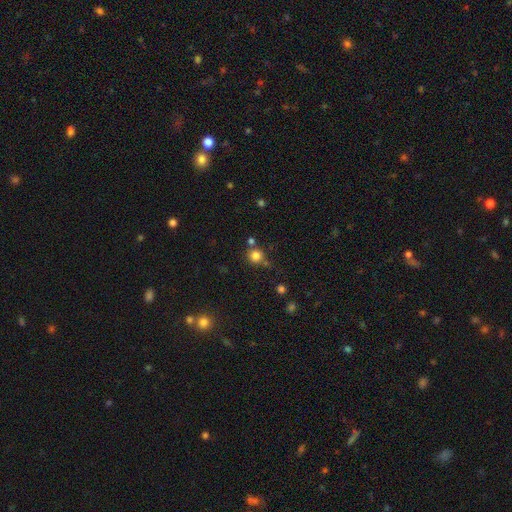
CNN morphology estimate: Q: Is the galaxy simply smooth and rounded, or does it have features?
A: smooth — 80%.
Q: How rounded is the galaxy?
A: round — 92%.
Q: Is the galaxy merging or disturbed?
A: none — 71%.